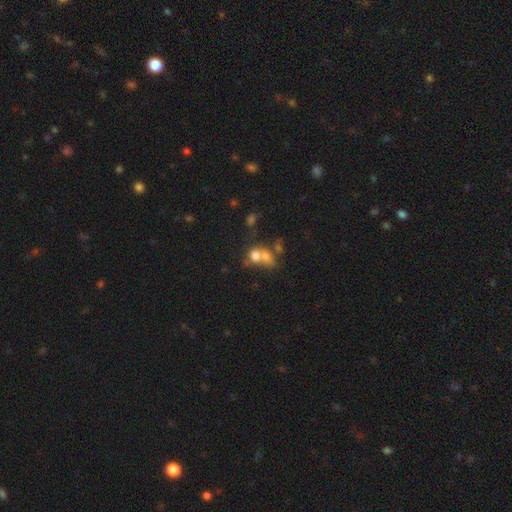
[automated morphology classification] Smooth or featured? smooth (65%)
How rounded? round (56%)
Merging? merger (61%)